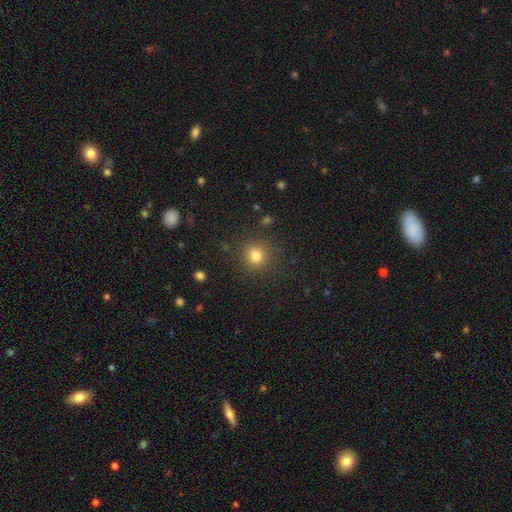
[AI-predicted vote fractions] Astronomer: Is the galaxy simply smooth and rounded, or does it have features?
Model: smooth — 80%.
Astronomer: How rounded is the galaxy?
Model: round — 91%.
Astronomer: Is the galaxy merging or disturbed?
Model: none — 86%.